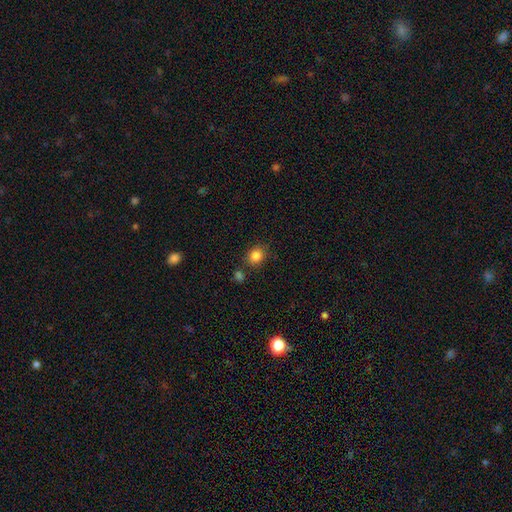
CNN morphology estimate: Smooth or featured? Predicted: smooth (p=0.84). How rounded? Predicted: round (p=0.61). Merging? Predicted: none (p=0.77).